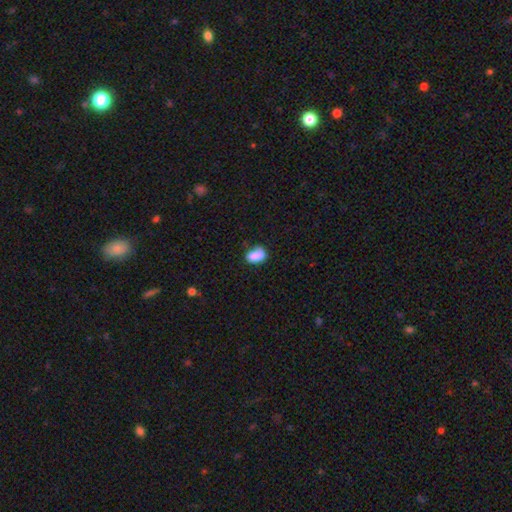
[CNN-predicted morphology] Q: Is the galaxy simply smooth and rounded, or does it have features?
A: smooth — 83%.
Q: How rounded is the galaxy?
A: in between — 85%.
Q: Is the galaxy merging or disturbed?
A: none — 52%.